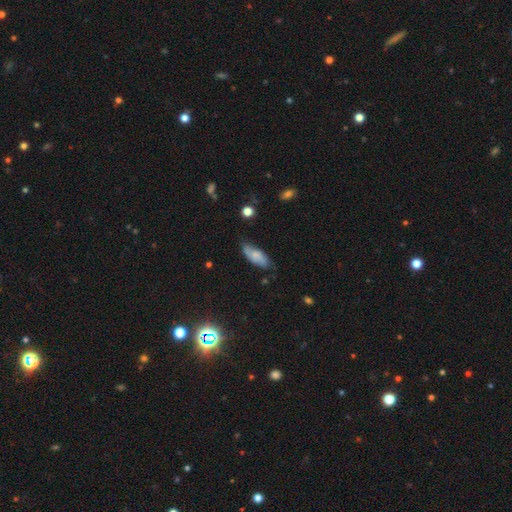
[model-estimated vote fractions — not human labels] Smooth or featured? Predicted: smooth (p=0.54). How rounded? Predicted: in between (p=0.76). Merging? Predicted: none (p=0.66).